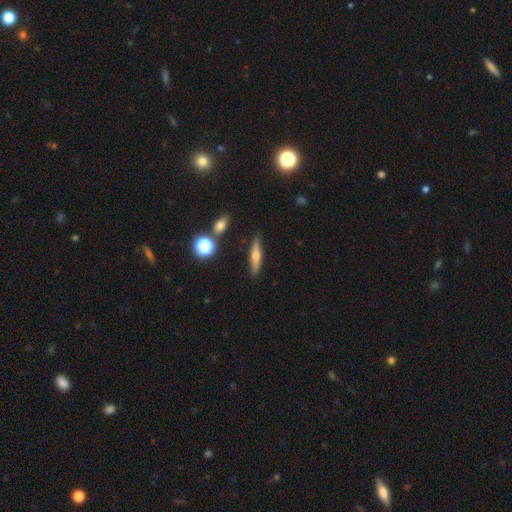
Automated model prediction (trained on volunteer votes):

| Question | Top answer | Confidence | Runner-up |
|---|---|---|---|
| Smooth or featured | smooth | 52% | featured or disk (39%) |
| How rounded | cigar-shaped | 81% | in between (15%) |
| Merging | none | 86% | minor disturbance (9%) |